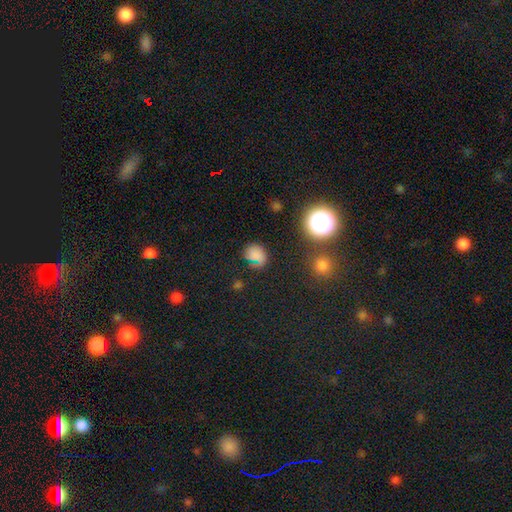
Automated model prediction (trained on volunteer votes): A smooth galaxy with no disk features (68%) that is round (63%). Merging: none (64%).